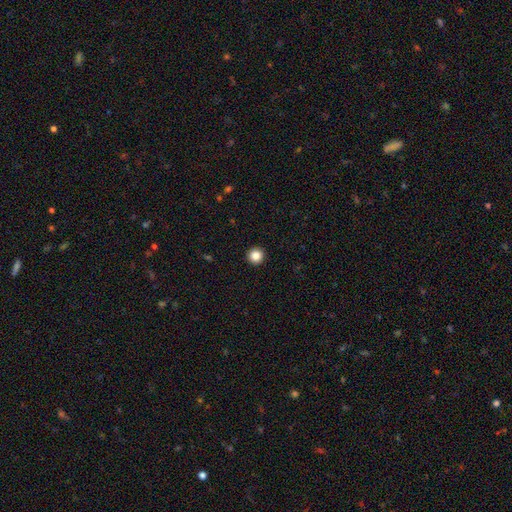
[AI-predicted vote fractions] Smooth or featured? smooth (86%)
How rounded? round (96%)
Merging? none (94%)